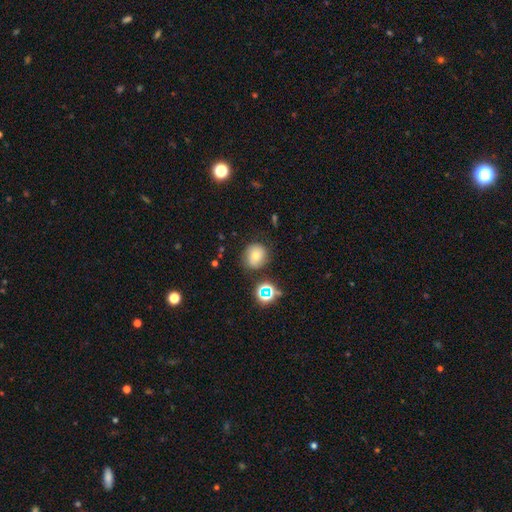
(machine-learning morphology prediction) Q: Smooth or featured?
A: smooth (66%); runner-up: star or artifact (18%)
Q: How rounded?
A: round (82%); runner-up: in between (18%)
Q: Merging?
A: none (78%); runner-up: minor disturbance (14%)